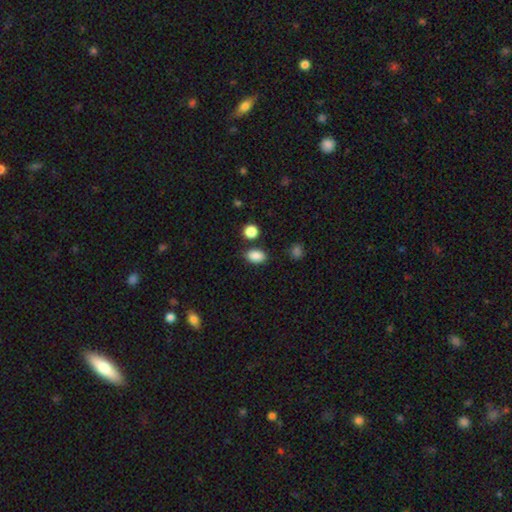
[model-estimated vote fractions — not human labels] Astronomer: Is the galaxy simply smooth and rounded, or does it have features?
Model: smooth — 87%.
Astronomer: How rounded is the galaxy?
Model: in between — 81%.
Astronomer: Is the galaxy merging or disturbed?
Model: none — 80%.